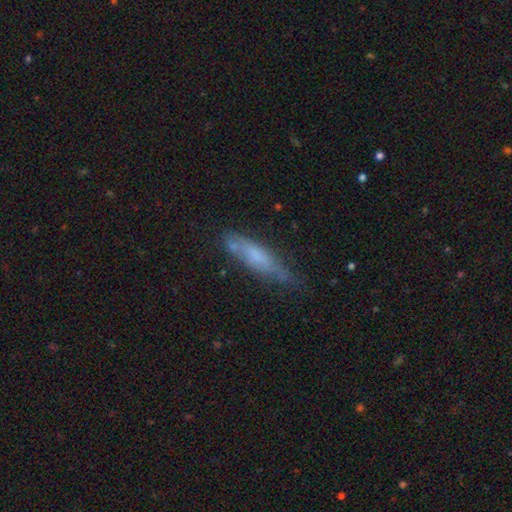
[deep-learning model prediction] Morphology: type=smooth (55%); roundness=cigar-shaped (78%); merging=none (62%).